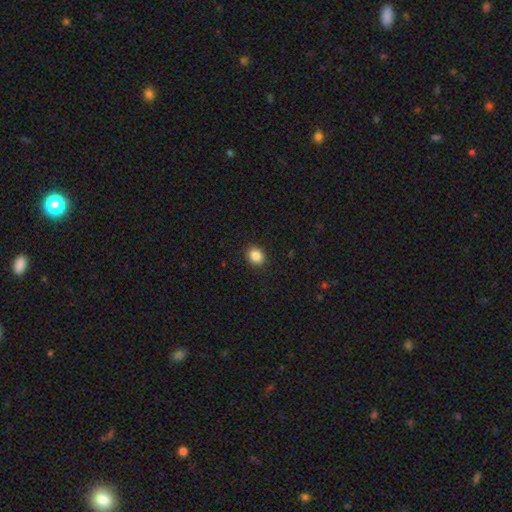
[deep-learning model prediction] Smooth or featured?
  - smooth: 86% *
  - star or artifact: 10%
  - featured or disk: 4%
How rounded?
  - round: 61% *
  - in between: 38%
  - cigar-shaped: 1%
Merging?
  - none: 91% *
  - minor disturbance: 6%
  - major disturbance: 2%
  - merger: 1%